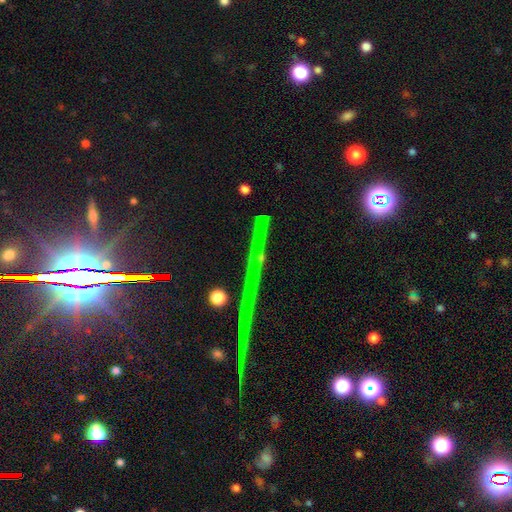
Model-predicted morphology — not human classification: Smooth or featured: star or artifact — 56% (featured or disk — 32%)